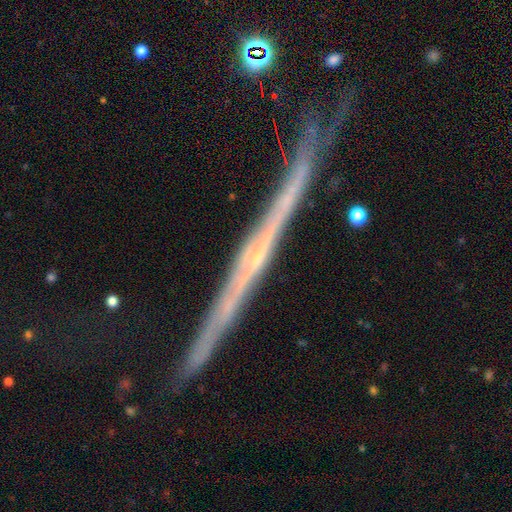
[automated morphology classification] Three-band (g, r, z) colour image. It shows a featured or disk galaxy (78%) viewed edge-on (96%) with no central bulge (53%). Merging: none (77%).